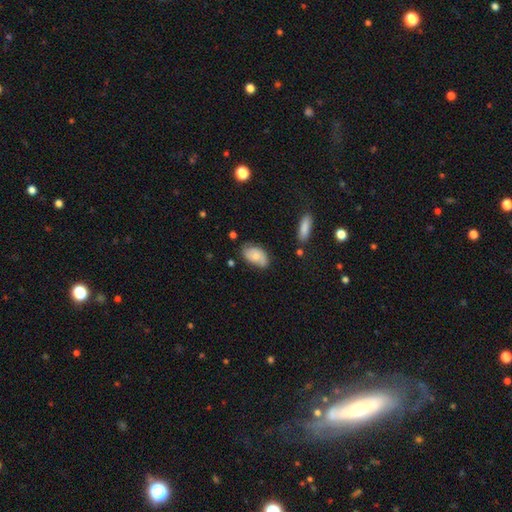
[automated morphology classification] Overall: smooth (63%; featured or disk 30%). How rounded: in between (92%). Merging: none (68%).